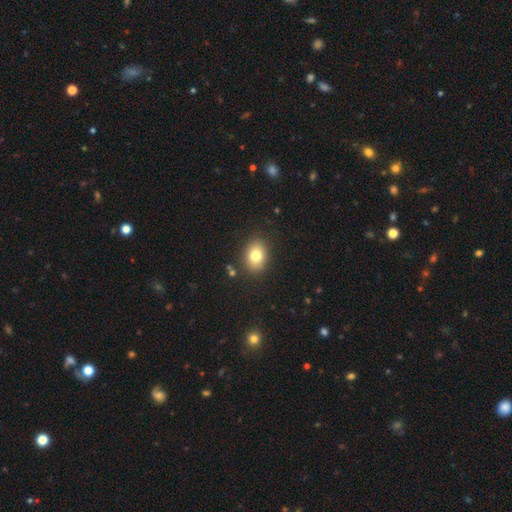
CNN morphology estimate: smooth_or_featured: smooth (p=0.79) [alt: star or artifact p=0.10]
how_rounded: in between (p=0.60) [alt: round p=0.39]
merging: none (p=0.86) [alt: minor disturbance p=0.09]